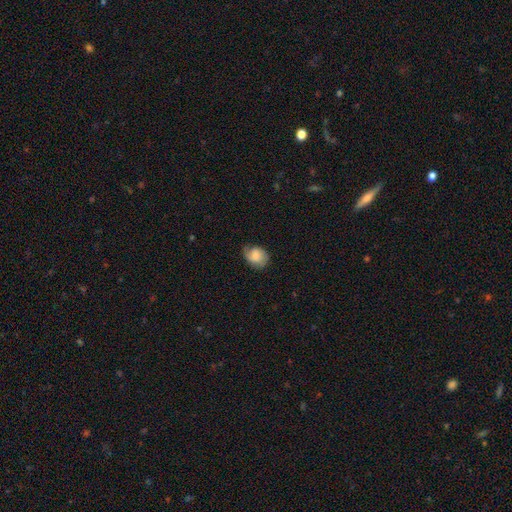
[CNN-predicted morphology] Overall: smooth (66%). How rounded: in between (60%; round 39%). Merging: none (61%; minor disturbance 29%).